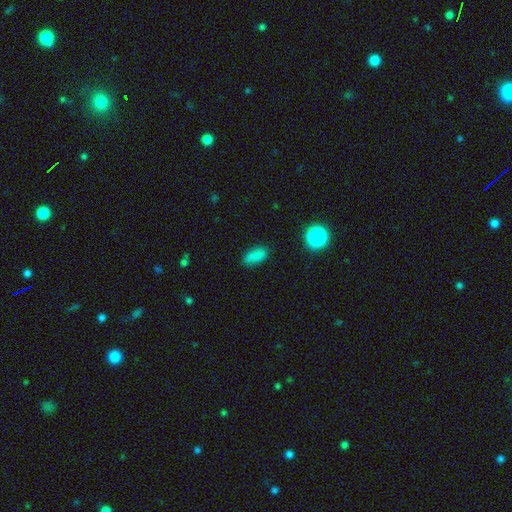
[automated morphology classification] This is clearly a smooth galaxy (82%). How rounded: clearly in between (85%). Merging: clearly none (80%).